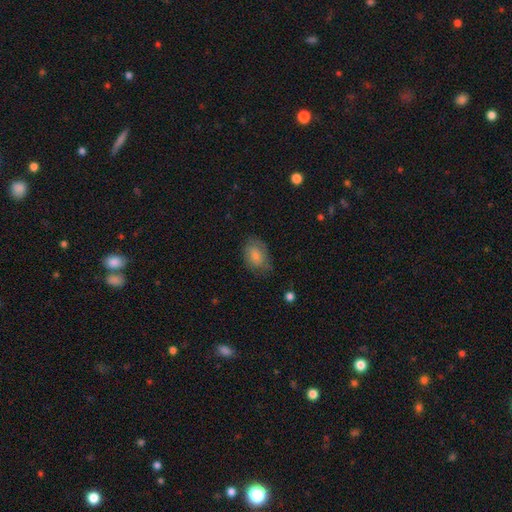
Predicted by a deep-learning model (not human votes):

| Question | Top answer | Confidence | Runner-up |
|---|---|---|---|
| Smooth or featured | smooth | 74% | featured or disk (19%) |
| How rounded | in between | 81% | round (18%) |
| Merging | none | 65% | minor disturbance (26%) |